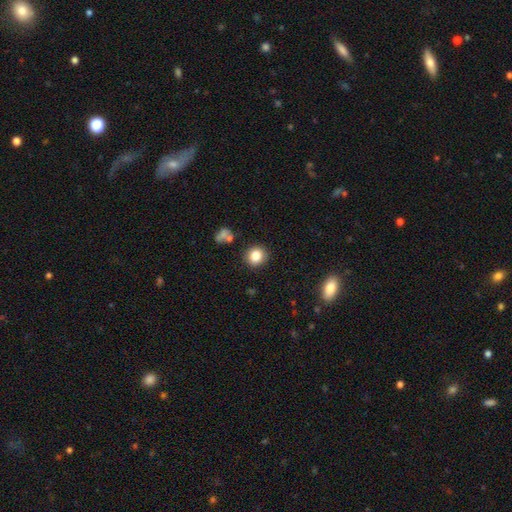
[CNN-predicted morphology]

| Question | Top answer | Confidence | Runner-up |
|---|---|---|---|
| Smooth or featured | smooth | 83% | star or artifact (11%) |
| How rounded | round | 84% | in between (15%) |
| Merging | none | 87% | minor disturbance (8%) |